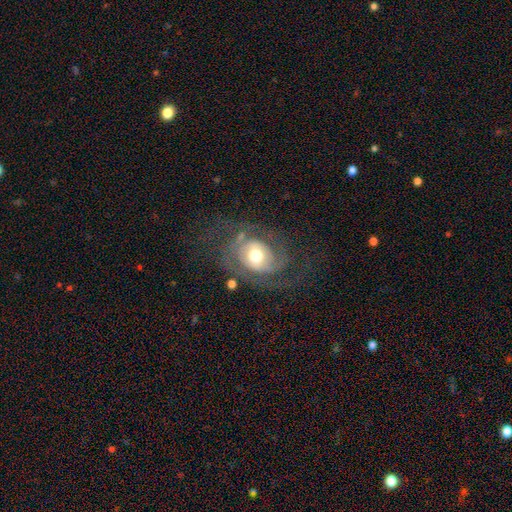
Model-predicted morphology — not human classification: Smooth or featured?
  - featured or disk: 70% *
  - smooth: 23%
  - star or artifact: 8%
Edge-on disk?
  - no: 96% *
  - yes: 4%
Bar?
  - no: 68% *
  - weak: 24%
  - strong: 8%
Spiral arms?
  - yes: 77% *
  - no: 23%
Spiral winding?
  - tight: 45% *
  - medium: 36%
  - loose: 19%
Spiral arm count?
  - 2: 45% *
  - can't tell: 29%
  - 1: 10%
  - 3: 9%
  - 4: 3%
  - more than 4: 3%
Bulge size?
  - moderate: 68% *
  - large: 17%
  - small: 11%
  - dominant: 2%
  - none: 1%
Merging?
  - none: 55% *
  - major disturbance: 23%
  - minor disturbance: 19%
  - merger: 3%